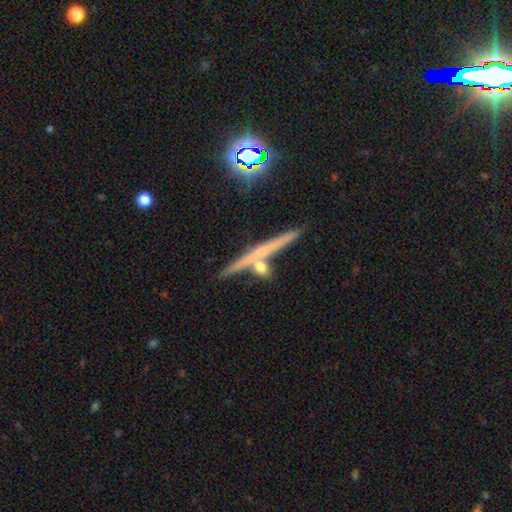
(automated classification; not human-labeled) Overall: featured or disk (62%; smooth 26%). Edge-on disk: yes (96%). Edge-on bulge: none (57%; rounded 36%). Merging: none (77%).